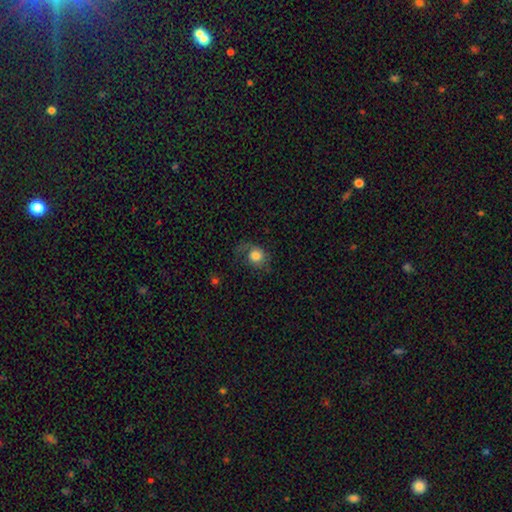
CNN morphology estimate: smooth 71%, featured or disk 20%, star or artifact 9%. Down the decision tree: how rounded — round (71%); merging — none (44%).